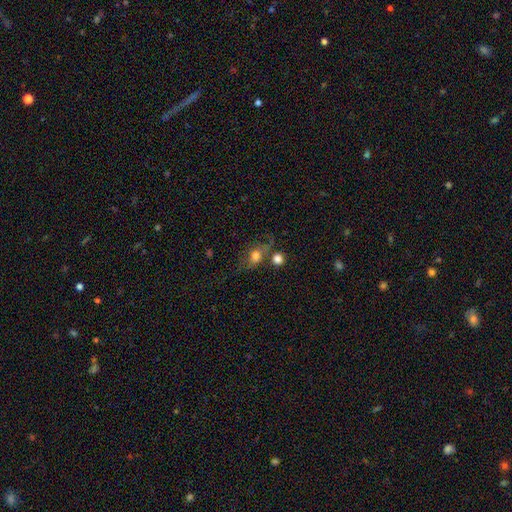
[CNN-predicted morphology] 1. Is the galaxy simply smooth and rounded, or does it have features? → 66% smooth, 22% featured or disk, 12% star or artifact.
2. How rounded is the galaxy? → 61% in between, 34% round, 5% cigar-shaped.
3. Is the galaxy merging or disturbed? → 48% none, 20% minor disturbance, 17% merger, 16% major disturbance.